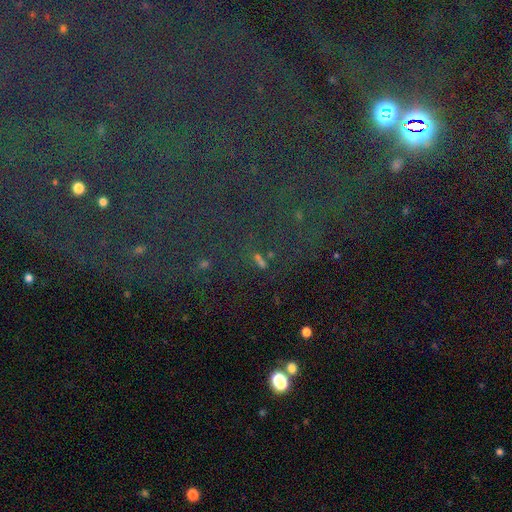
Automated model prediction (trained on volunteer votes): The model was most divided on "smooth or featured": star or artifact: 77%, smooth: 13%, featured or disk: 9%.